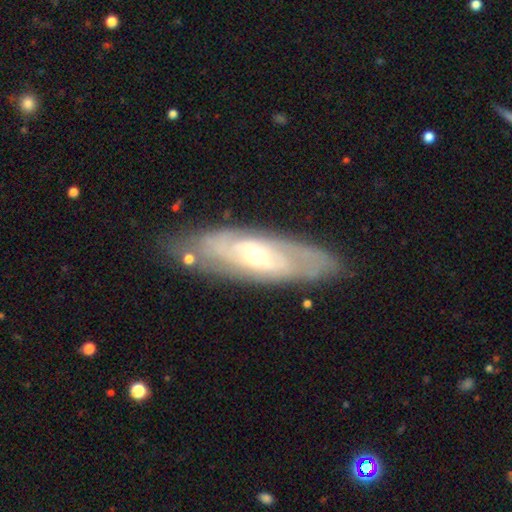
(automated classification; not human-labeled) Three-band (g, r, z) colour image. It shows a featured or disk galaxy (78%) with no bar (63%), tight (64%) spiral arms (83%) and a small central bulge (58%). Merging: none (81%).